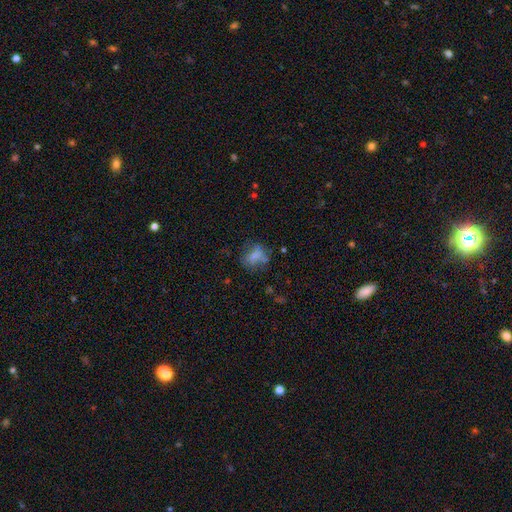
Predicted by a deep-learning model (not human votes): This appears to be a smooth galaxy with no disk features (60%) that is in between round and cigar-shaped (62%). Merging: none (46%).